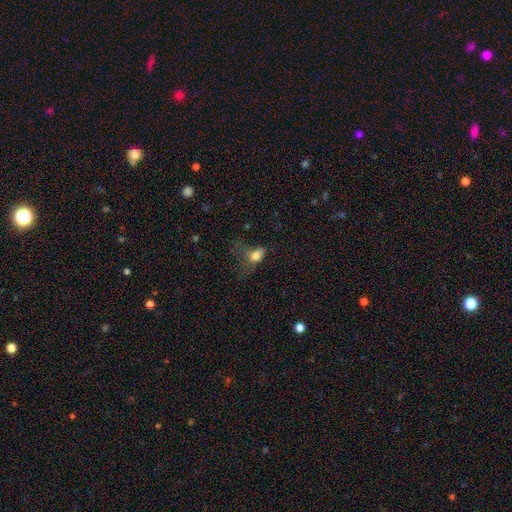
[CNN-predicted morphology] Overall: smooth (74%). How rounded: in between (75%). Merging: major disturbance (55%; minor disturbance 21%).